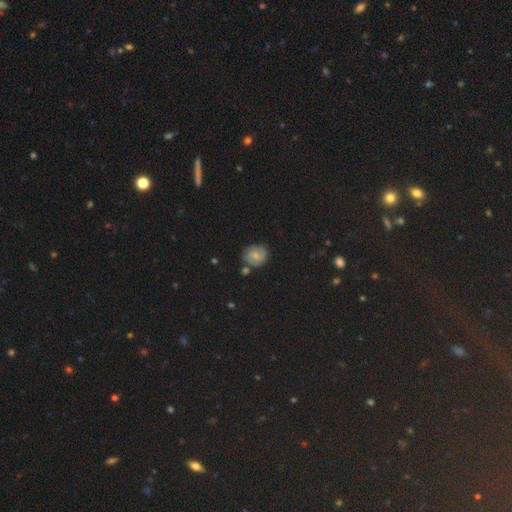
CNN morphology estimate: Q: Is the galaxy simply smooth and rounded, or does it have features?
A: featured or disk — 48%.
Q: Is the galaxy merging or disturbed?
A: none — 70%.